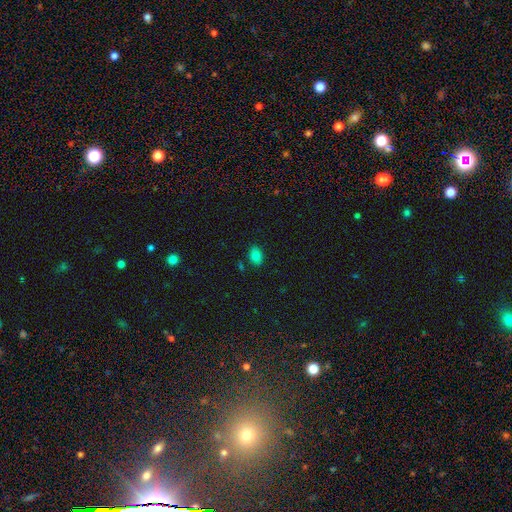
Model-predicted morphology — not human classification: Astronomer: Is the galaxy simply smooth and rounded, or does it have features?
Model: smooth — 81%.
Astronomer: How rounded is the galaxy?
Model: in between — 79%.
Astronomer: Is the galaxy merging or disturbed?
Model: none — 83%.